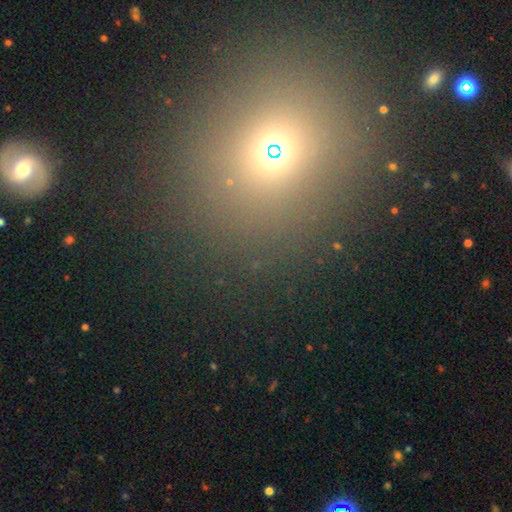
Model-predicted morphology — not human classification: Smooth or featured: smooth — 60% (star or artifact — 30%)
How rounded: round — 79% (in between — 19%)
Merging: none — 79% (minor disturbance — 9%)